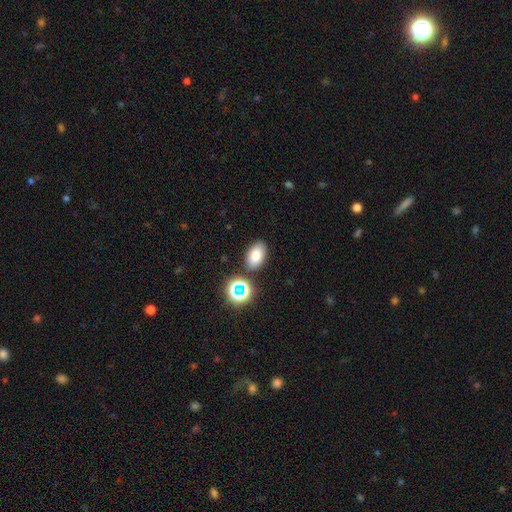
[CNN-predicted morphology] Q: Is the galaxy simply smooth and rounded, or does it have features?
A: smooth — 78%.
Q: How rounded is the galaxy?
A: in between — 87%.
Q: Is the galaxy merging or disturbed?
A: none — 82%.